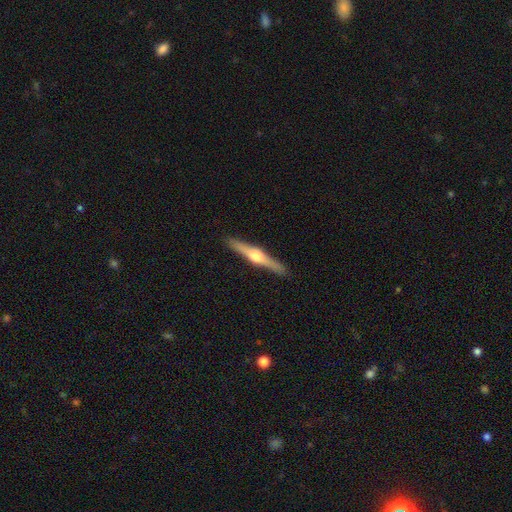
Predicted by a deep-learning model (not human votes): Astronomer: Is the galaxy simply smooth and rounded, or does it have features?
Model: featured or disk — 73%.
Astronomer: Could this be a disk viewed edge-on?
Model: yes — 98%.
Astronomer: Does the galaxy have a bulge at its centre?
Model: rounded — 94%.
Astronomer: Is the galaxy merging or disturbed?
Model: none — 91%.